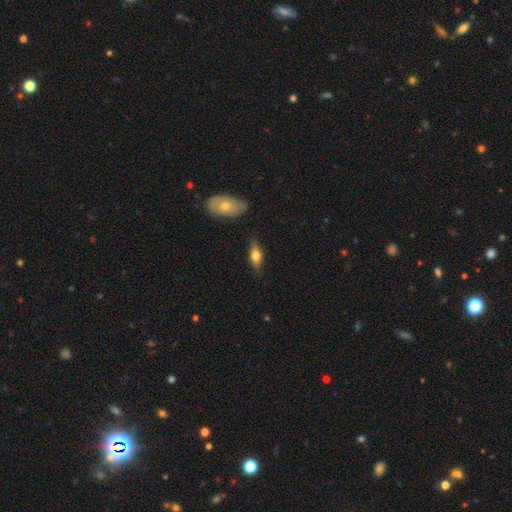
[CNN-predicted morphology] Smooth or featured: smooth — 59% (featured or disk — 35%)
How rounded: in between — 65% (cigar-shaped — 31%)
Merging: none — 80% (minor disturbance — 14%)